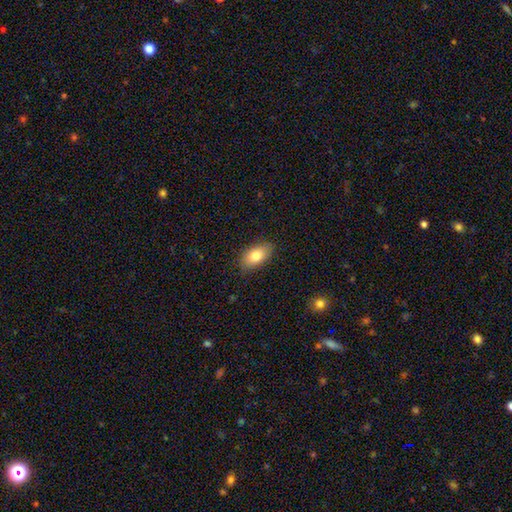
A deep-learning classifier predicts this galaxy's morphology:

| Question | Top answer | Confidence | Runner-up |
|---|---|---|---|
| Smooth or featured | smooth | 80% | featured or disk (12%) |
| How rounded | in between | 91% | round (6%) |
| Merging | none | 86% | minor disturbance (10%) |